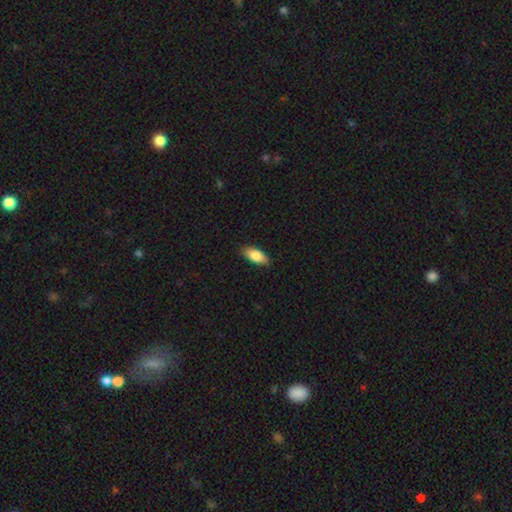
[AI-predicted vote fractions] smooth-or-featured: smooth: 86% | featured or disk: 8% | star or artifact: 6%
  how-rounded: in between: 88% | cigar-shaped: 10% | round: 2%
  merging: none: 86% | minor disturbance: 11% | major disturbance: 2% | merger: 1%